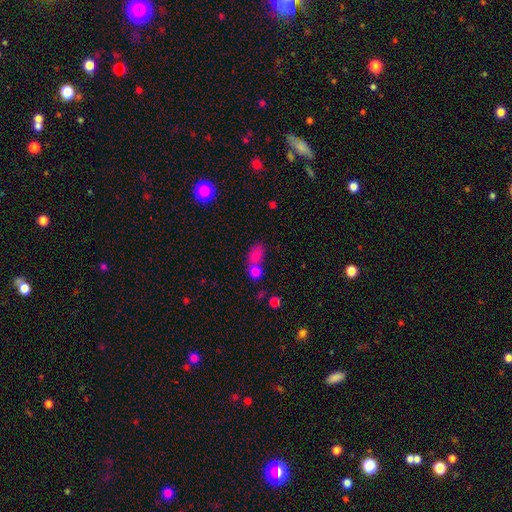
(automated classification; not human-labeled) Smooth or featured? Predicted: smooth (p=0.77). How rounded? Predicted: in between (p=0.69). Merging? Predicted: merger (p=0.51).